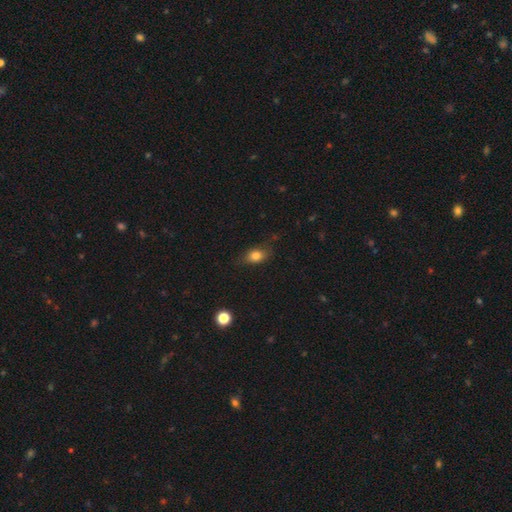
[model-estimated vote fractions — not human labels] A smooth galaxy with no disk features (80%) that is in between round and cigar-shaped (73%).

Vote fractions:
- Smooth or featured? smooth: 80% / star or artifact: 10% / featured or disk: 10%
- How rounded? in between: 73% / round: 23% / cigar-shaped: 4%
- Merging? none: 72% / minor disturbance: 21% / major disturbance: 6% / merger: 1%